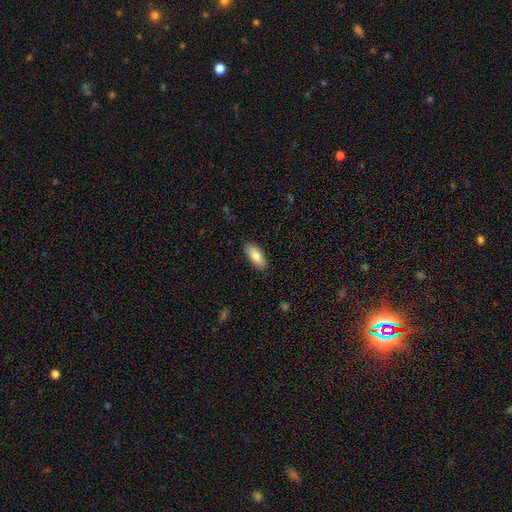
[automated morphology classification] This appears to be a smooth galaxy with no disk features (83%) that is in between round and cigar-shaped (82%). Merging: none (88%).